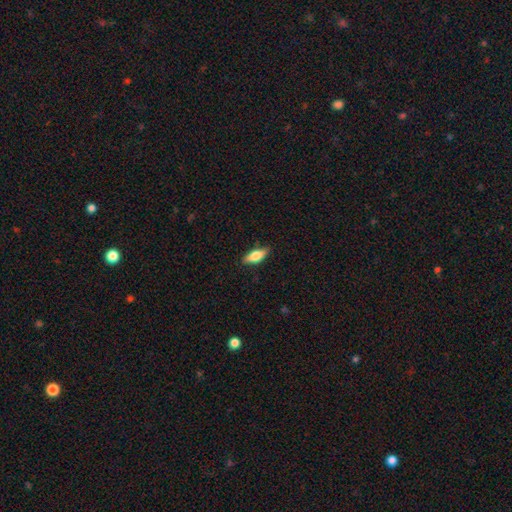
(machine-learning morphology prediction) A smooth galaxy with no disk features (71%) that is in between round and cigar-shaped (74%).

Vote fractions:
- Smooth or featured? smooth: 71% / featured or disk: 22% / star or artifact: 7%
- How rounded? in between: 74% / cigar-shaped: 23% / round: 3%
- Merging? none: 84% / minor disturbance: 12% / major disturbance: 2% / merger: 1%